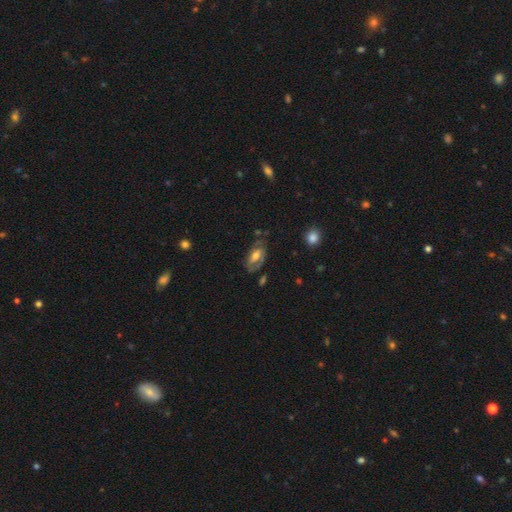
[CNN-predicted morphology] Smooth or featured? featured or disk (53%)
Edge-on disk? no (88%)
Merging? none (58%)